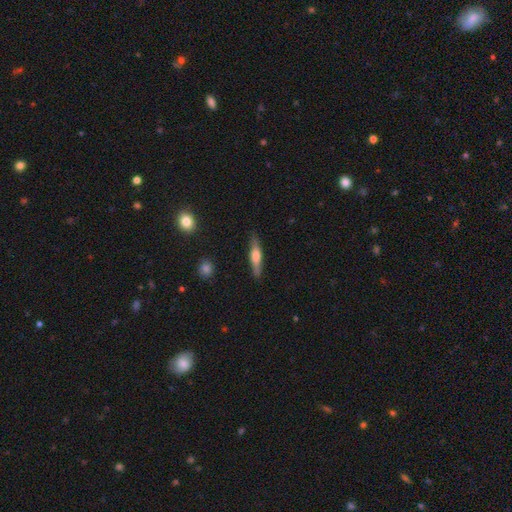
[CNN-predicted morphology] smooth_or_featured: featured or disk (p=0.53) [alt: smooth p=0.41]
disk_edge_on: yes (p=0.95) [alt: no p=0.05]
edge_on_bulge: rounded (p=0.79) [alt: boxy p=0.15]
merging: none (p=0.86) [alt: minor disturbance p=0.10]